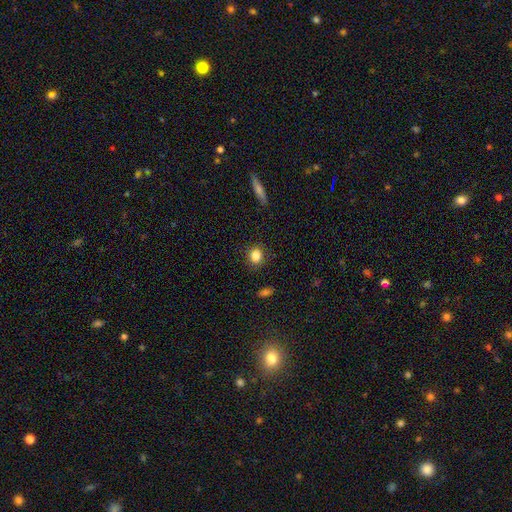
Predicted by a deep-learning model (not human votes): smooth_or_featured: smooth (p=0.84) [alt: star or artifact p=0.10]
how_rounded: round (p=0.72) [alt: in between p=0.26]
merging: none (p=0.87) [alt: minor disturbance p=0.09]